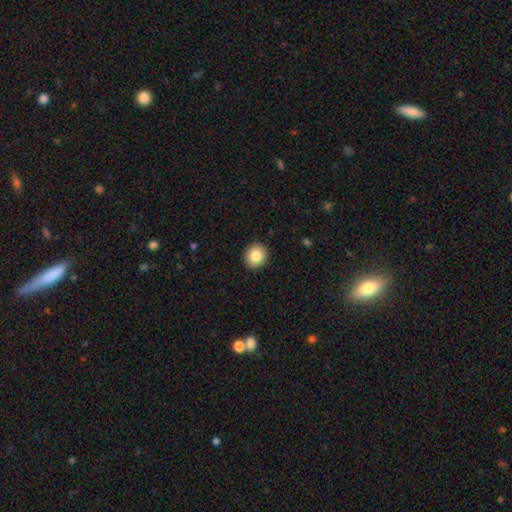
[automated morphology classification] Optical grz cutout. It shows a smooth galaxy with no disk features (84%) that is round (86%). Merging: none (92%).